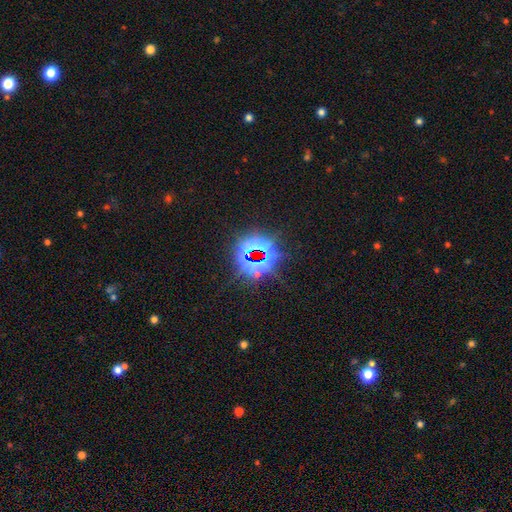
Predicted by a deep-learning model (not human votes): smooth-or-featured: star or artifact: 78% | smooth: 13% | featured or disk: 9%